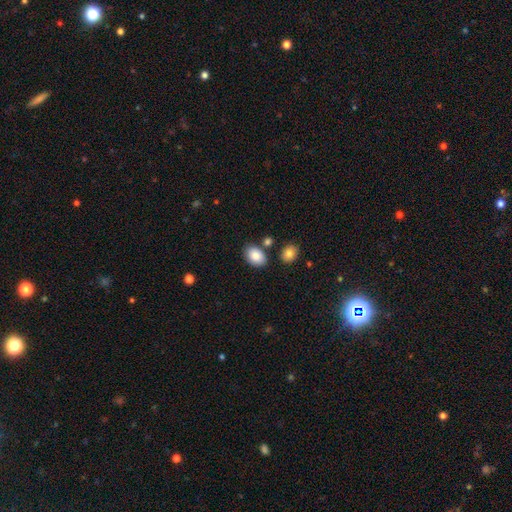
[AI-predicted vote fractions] smooth_or_featured: smooth (p=0.86) [alt: star or artifact p=0.07]
how_rounded: in between (p=0.85) [alt: round p=0.14]
merging: none (p=0.77) [alt: minor disturbance p=0.12]